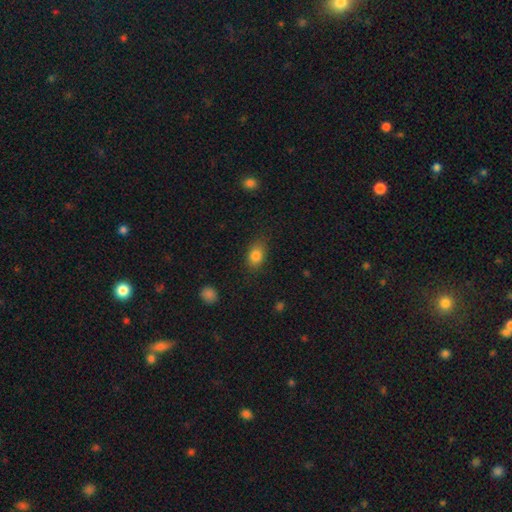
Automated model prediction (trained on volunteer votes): smooth 83%, star or artifact 9%, featured or disk 7%. Down the decision tree: how rounded — in between (75%); merging — none (78%).